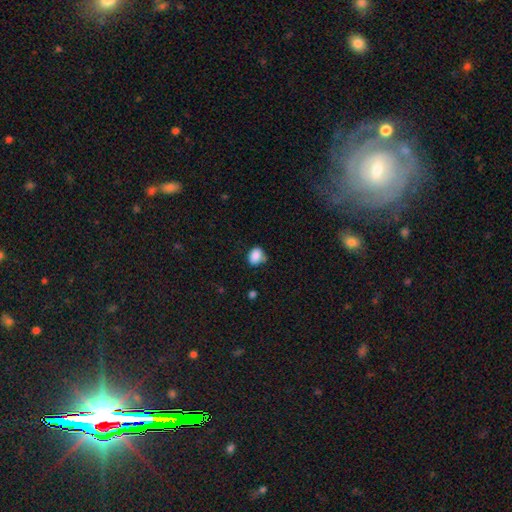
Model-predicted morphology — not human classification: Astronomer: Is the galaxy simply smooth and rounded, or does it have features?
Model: smooth — 86%.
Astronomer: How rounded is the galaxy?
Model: in between — 55% (runner-up: round, 44%).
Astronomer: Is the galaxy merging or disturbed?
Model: none — 59%.